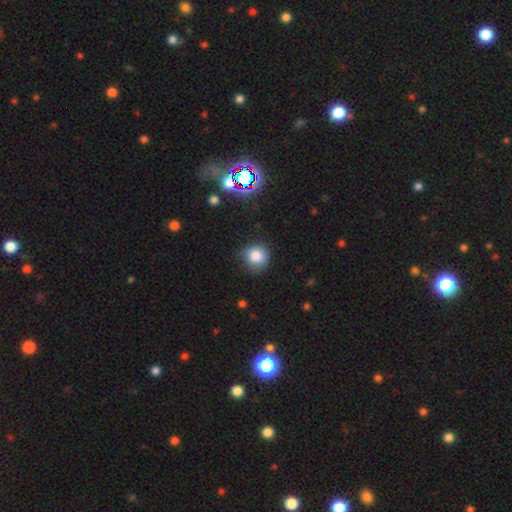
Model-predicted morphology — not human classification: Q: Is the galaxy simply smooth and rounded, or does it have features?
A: smooth — 79%.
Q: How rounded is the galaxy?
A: round — 87%.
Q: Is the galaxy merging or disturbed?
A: none — 66%.